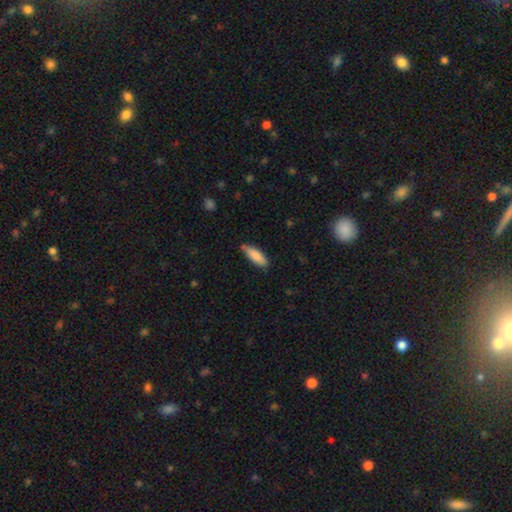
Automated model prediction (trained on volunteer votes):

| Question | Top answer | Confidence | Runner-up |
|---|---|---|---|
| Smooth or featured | smooth | 86% | featured or disk (8%) |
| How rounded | in between | 51% | cigar-shaped (48%) |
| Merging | none | 75% | minor disturbance (20%) |